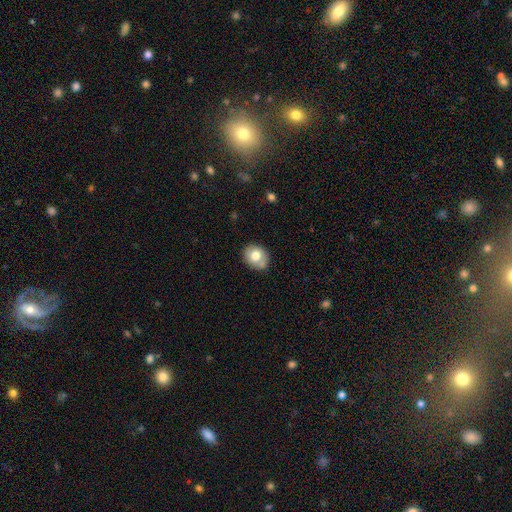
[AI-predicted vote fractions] Smooth or featured? smooth (75%)
How rounded? round (60%)
Merging? none (71%)